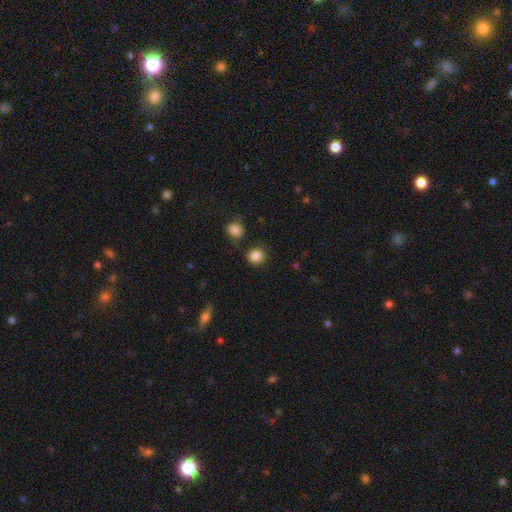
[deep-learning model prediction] The model was most divided on "how rounded": round: 79%, in between: 20%, cigar-shaped: 1%. More confident: smooth or featured — smooth (86%); merging — none (79%).